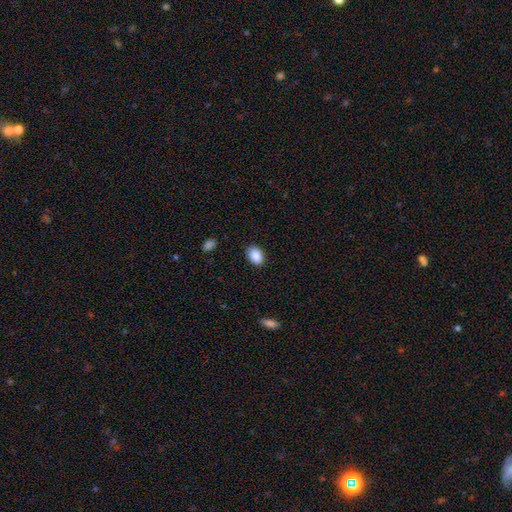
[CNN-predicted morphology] smooth 89%, star or artifact 8%, featured or disk 3%. Down the decision tree: how rounded — in between (79%); merging — none (87%).